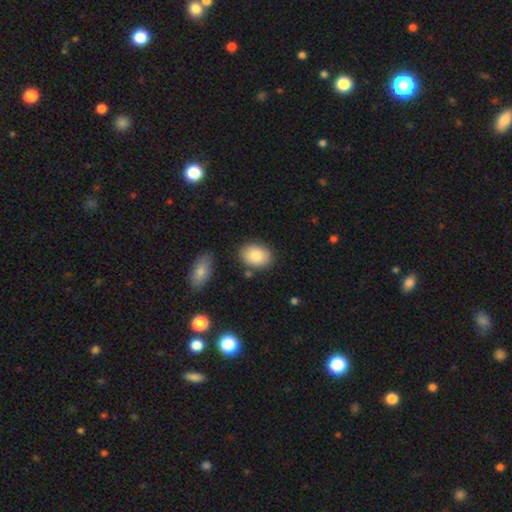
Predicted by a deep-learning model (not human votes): Q: Smooth or featured?
A: smooth (86%); runner-up: featured or disk (7%)
Q: How rounded?
A: in between (77%); runner-up: round (21%)
Q: Merging?
A: none (80%); runner-up: minor disturbance (12%)